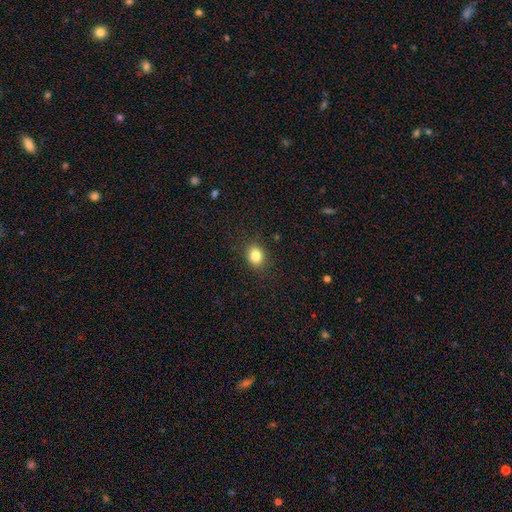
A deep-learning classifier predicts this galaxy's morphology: A smooth galaxy with no disk features (83%) that is round (56%).

Vote fractions:
- Smooth or featured? smooth: 83% / star or artifact: 11% / featured or disk: 6%
- How rounded? round: 56% / in between: 43% / cigar-shaped: 1%
- Merging? none: 88% / minor disturbance: 8% / major disturbance: 3% / merger: 1%